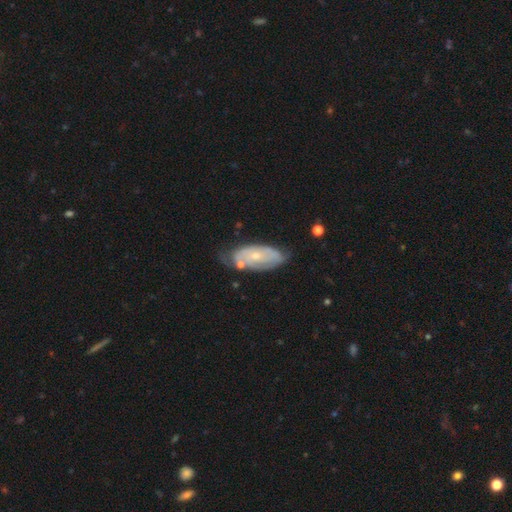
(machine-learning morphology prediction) Smooth or featured?
  - featured or disk: 63% *
  - smooth: 31%
  - star or artifact: 6%
Edge-on disk?
  - no: 89% *
  - yes: 11%
Bar?
  - no: 79% *
  - weak: 17%
  - strong: 4%
Spiral arms?
  - yes: 68% *
  - no: 32%
Bulge size?
  - small: 67% *
  - moderate: 29%
  - none: 2%
  - large: 1%
  - dominant: 1%
Merging?
  - none: 57% *
  - minor disturbance: 28%
  - major disturbance: 8%
  - merger: 7%